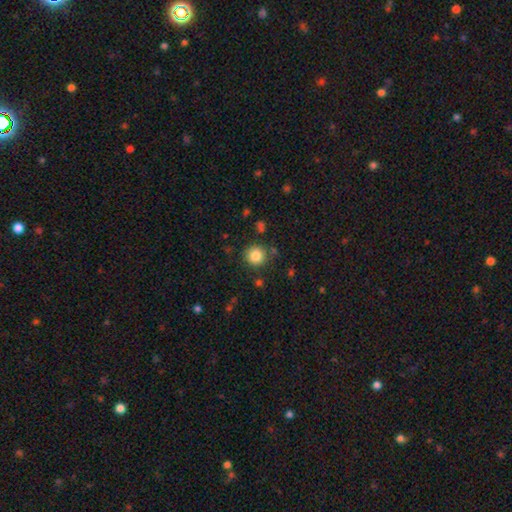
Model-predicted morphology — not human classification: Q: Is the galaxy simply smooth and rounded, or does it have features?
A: smooth — 85%.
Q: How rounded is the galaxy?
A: round — 93%.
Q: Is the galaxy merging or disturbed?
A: none — 84%.